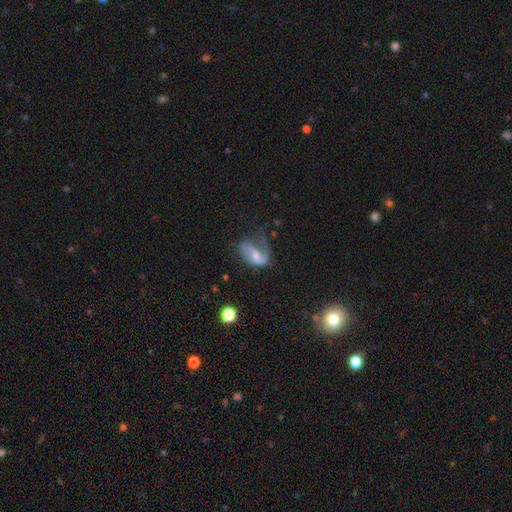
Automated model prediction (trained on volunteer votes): Smooth or featured: featured or disk — 65% (smooth — 27%)
Edge-on disk: no — 97% (yes — 3%)
Bar: weak — 44% (no — 39%)
Spiral arms: yes — 83% (no — 17%)
Spiral winding: loose — 58% (medium — 32%)
Spiral arm count: 2 — 55% (1 — 34%)
Bulge size: small — 40% (moderate — 38%)
Merging: major disturbance — 41% (none — 31%)